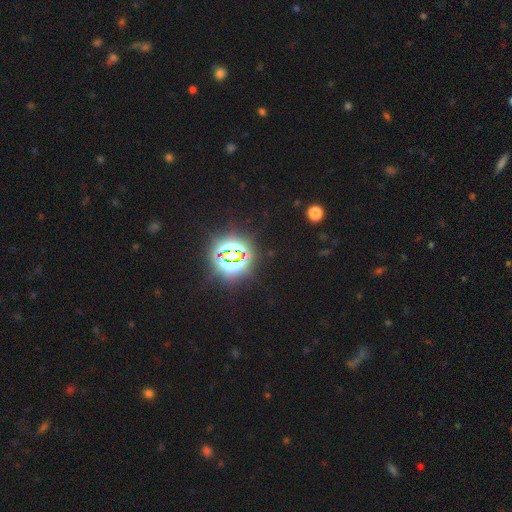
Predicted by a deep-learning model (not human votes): Smooth or featured: star or artifact — 82% (smooth — 12%)